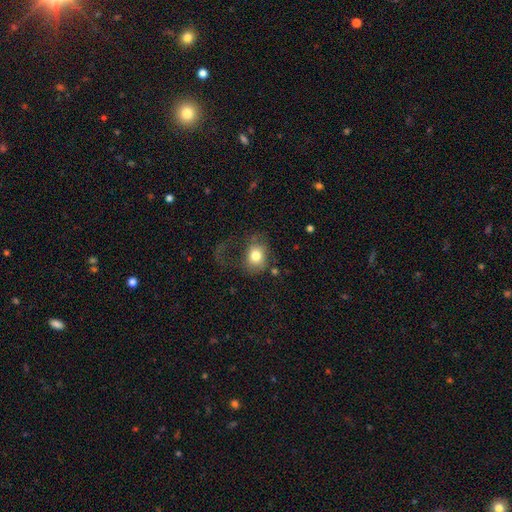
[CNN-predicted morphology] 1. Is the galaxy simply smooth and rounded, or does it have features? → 73% smooth, 18% featured or disk, 9% star or artifact.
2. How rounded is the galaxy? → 57% round, 42% in between, 1% cigar-shaped.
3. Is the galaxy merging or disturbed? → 48% major disturbance, 30% none, 18% minor disturbance, 4% merger.